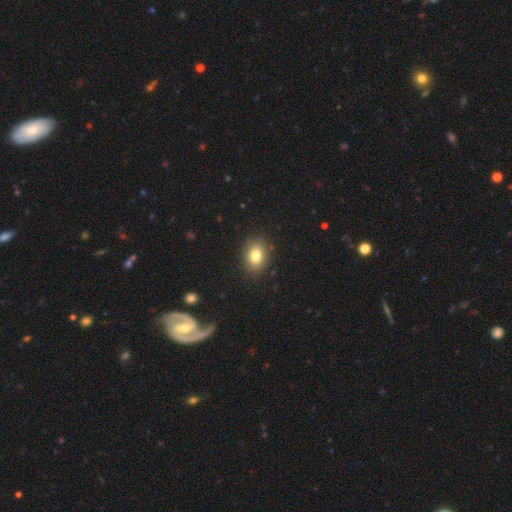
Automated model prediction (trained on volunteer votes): smooth-or-featured: smooth: 81% | star or artifact: 10% | featured or disk: 9%
  how-rounded: in between: 65% | round: 34% | cigar-shaped: 1%
  merging: none: 87% | minor disturbance: 10% | major disturbance: 3% | merger: 1%